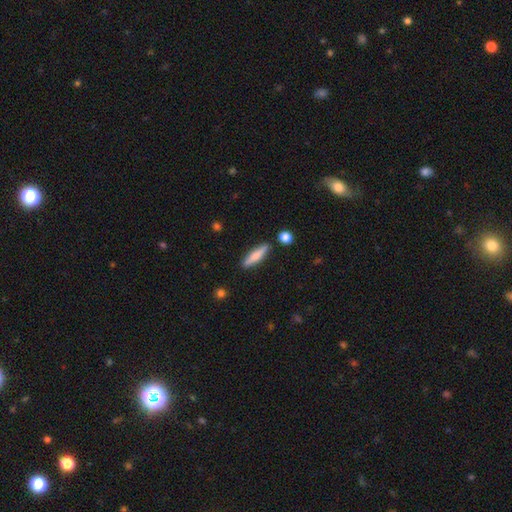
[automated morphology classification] Q: Smooth or featured?
A: smooth (61%); runner-up: featured or disk (32%)
Q: How rounded?
A: cigar-shaped (80%); runner-up: in between (18%)
Q: Merging?
A: none (87%); runner-up: minor disturbance (8%)